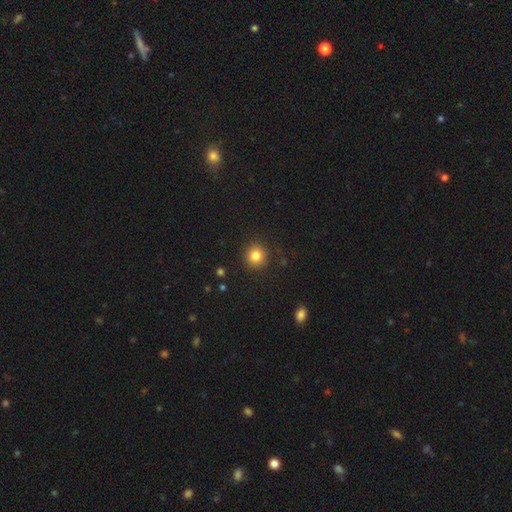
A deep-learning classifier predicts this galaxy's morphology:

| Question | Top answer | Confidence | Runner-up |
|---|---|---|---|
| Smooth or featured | smooth | 83% | star or artifact (11%) |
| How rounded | round | 91% | in between (8%) |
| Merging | none | 90% | minor disturbance (7%) |